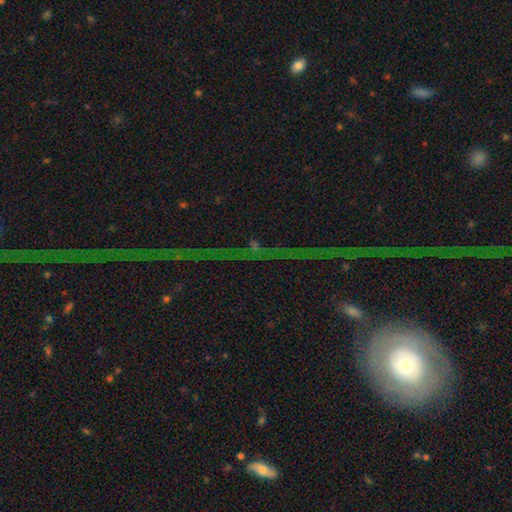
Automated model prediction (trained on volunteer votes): Overall: star or artifact (51%; featured or disk 36%).